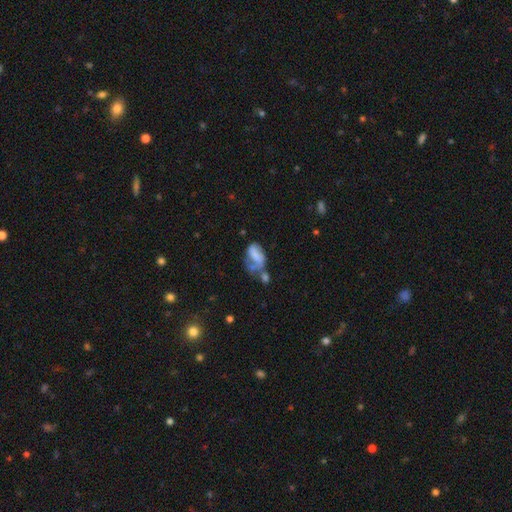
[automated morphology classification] Smooth or featured: smooth — 53% (featured or disk — 37%)
How rounded: in between — 87% (round — 9%)
Merging: major disturbance — 31% (merger — 28%)